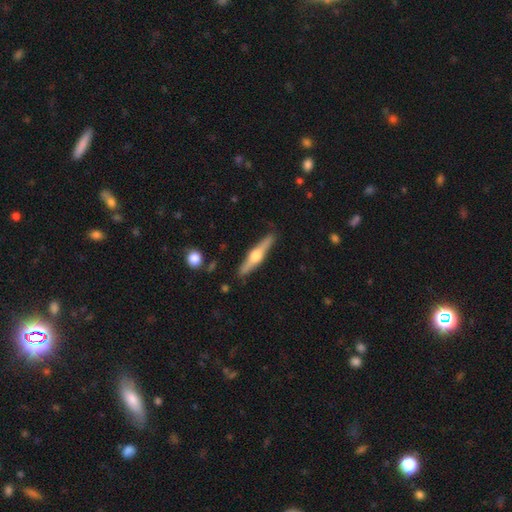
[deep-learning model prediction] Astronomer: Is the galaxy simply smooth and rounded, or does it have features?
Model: featured or disk — 69%.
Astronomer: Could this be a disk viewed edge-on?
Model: yes — 97%.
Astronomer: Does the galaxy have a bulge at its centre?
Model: rounded — 94%.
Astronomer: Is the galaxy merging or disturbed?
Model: none — 88%.